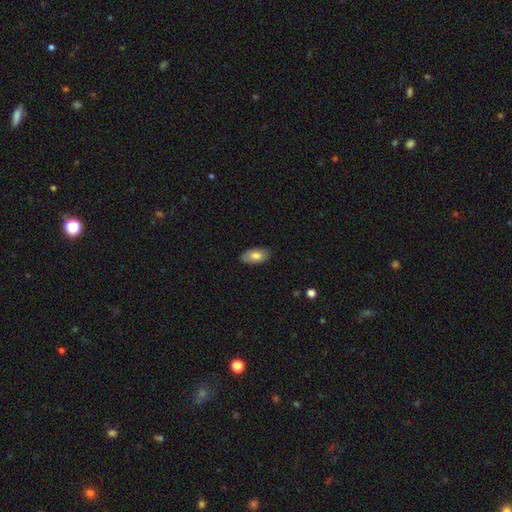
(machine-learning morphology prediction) Smooth or featured: smooth — 77% (featured or disk — 16%)
How rounded: in between — 93% (cigar-shaped — 4%)
Merging: none — 86% (minor disturbance — 11%)